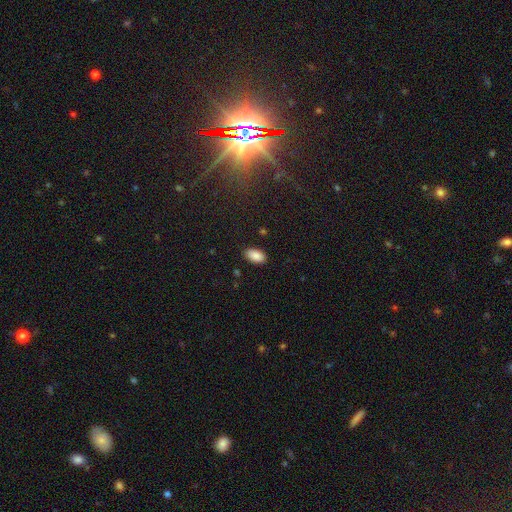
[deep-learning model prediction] Q: Smooth or featured?
A: smooth (89%); runner-up: star or artifact (7%)
Q: How rounded?
A: in between (94%); runner-up: round (4%)
Q: Merging?
A: none (87%); runner-up: minor disturbance (10%)